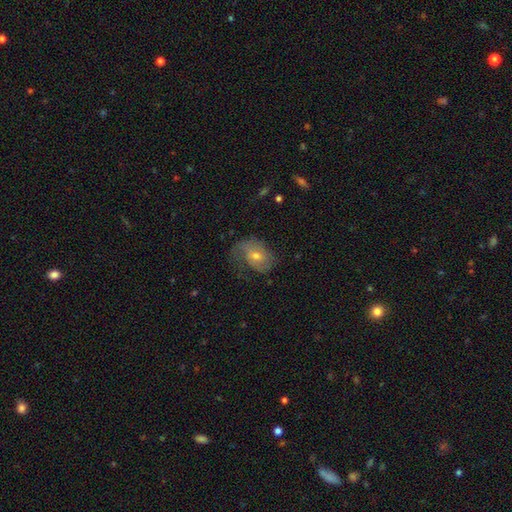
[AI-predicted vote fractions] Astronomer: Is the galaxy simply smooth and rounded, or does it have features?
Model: featured or disk — 57% (runner-up: smooth, 34%).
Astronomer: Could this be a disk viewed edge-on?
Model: no — 96%.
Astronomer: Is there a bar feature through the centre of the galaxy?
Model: no — 53% (runner-up: weak, 38%).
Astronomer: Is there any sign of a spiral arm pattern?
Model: yes — 81%.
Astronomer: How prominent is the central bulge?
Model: moderate — 57% (runner-up: small, 36%).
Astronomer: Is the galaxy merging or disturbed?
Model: none — 47% (runner-up: minor disturbance, 26%).